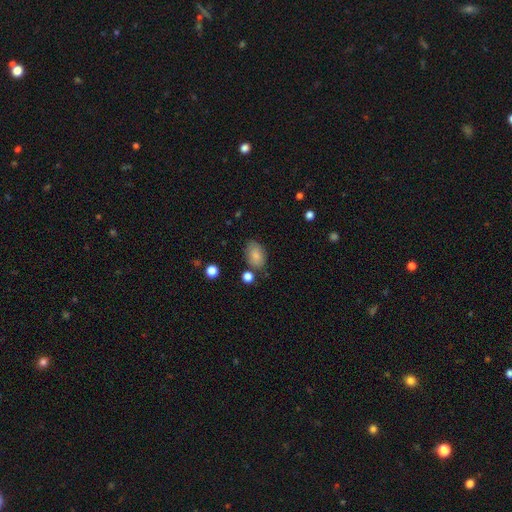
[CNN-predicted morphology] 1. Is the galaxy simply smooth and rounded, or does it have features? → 83% smooth, 9% featured or disk, 8% star or artifact.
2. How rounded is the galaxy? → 86% in between, 13% round, 1% cigar-shaped.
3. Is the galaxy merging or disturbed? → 72% none, 18% minor disturbance, 5% merger, 5% major disturbance.